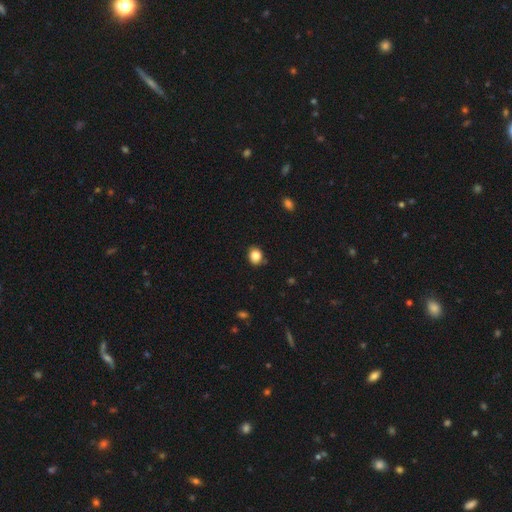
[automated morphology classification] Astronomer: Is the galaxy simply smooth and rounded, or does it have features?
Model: smooth — 85%.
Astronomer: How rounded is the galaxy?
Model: round — 64%.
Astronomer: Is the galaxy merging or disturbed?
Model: none — 82%.